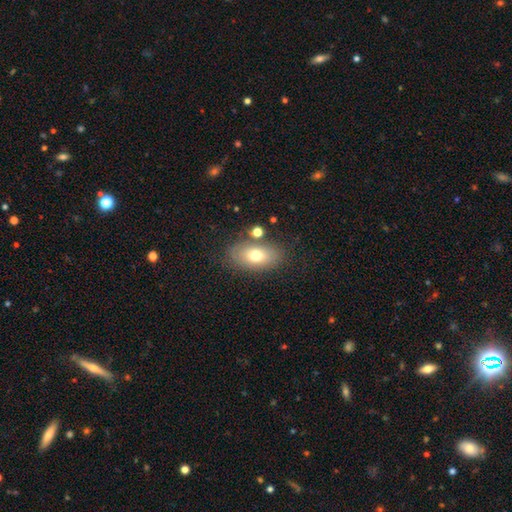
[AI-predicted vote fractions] smooth_or_featured: smooth (p=0.70) [alt: featured or disk p=0.21]
how_rounded: in between (p=0.88) [alt: round p=0.09]
merging: none (p=0.74) [alt: minor disturbance p=0.13]